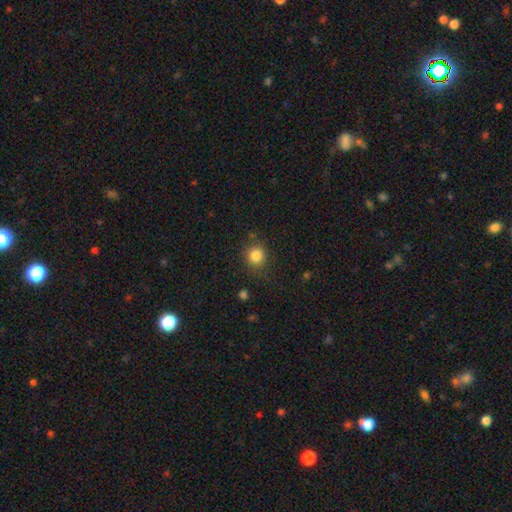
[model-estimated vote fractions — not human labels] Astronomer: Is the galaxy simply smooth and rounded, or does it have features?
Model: smooth — 84%.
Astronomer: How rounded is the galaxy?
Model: round — 85%.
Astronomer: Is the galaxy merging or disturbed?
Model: none — 80%.